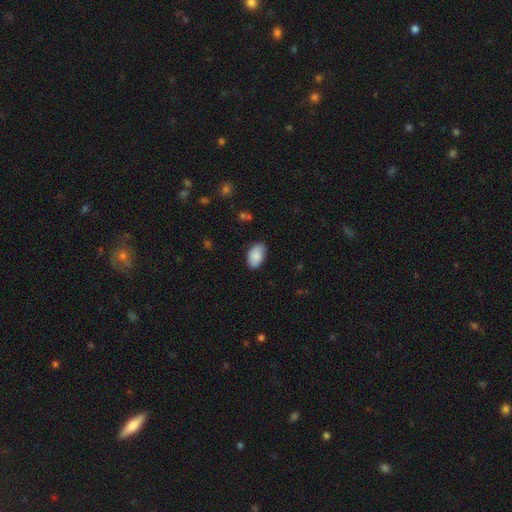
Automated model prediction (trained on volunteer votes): Overall: smooth (87%). How rounded: in between (94%). Merging: none (81%).